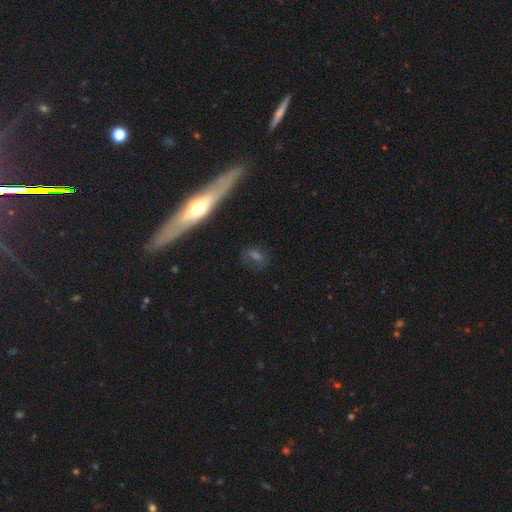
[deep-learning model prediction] Smooth or featured? Predicted: featured or disk (p=0.45). Merging? Predicted: none (p=0.76).